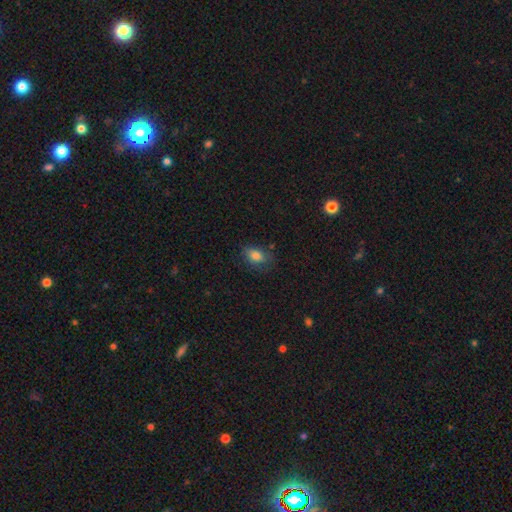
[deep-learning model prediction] Smooth or featured?
  - smooth: 82% *
  - star or artifact: 10%
  - featured or disk: 8%
How rounded?
  - in between: 85% *
  - round: 13%
  - cigar-shaped: 3%
Merging?
  - none: 71% *
  - minor disturbance: 20%
  - major disturbance: 6%
  - merger: 2%